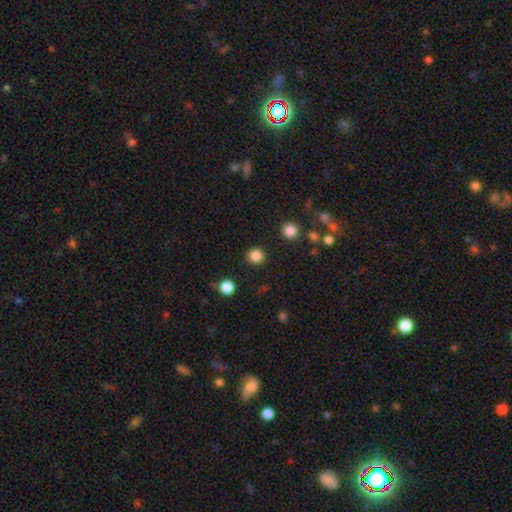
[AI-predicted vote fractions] This is clearly a smooth galaxy (84%). How rounded: clearly round (93%). Merging: clearly none (91%).